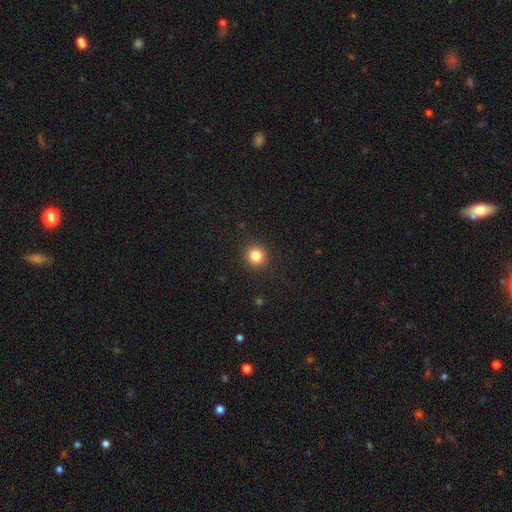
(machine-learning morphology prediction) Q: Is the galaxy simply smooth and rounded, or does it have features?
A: smooth — 83%.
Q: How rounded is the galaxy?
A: round — 93%.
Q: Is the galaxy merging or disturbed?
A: none — 92%.